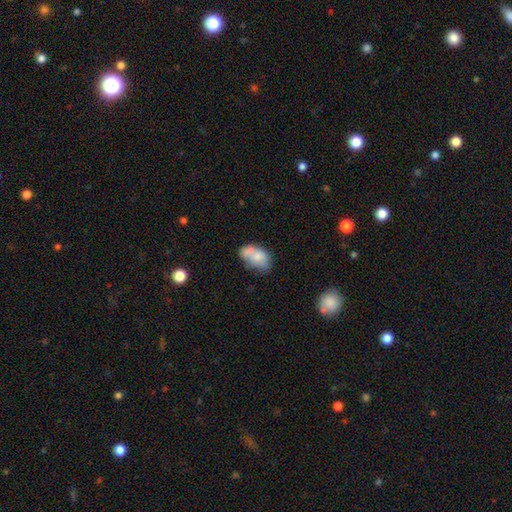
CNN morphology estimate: Smooth or featured?
  - smooth: 68% *
  - featured or disk: 24%
  - star or artifact: 8%
How rounded?
  - in between: 88% *
  - round: 10%
  - cigar-shaped: 2%
Merging?
  - none: 35% *
  - merger: 32%
  - minor disturbance: 24%
  - major disturbance: 10%